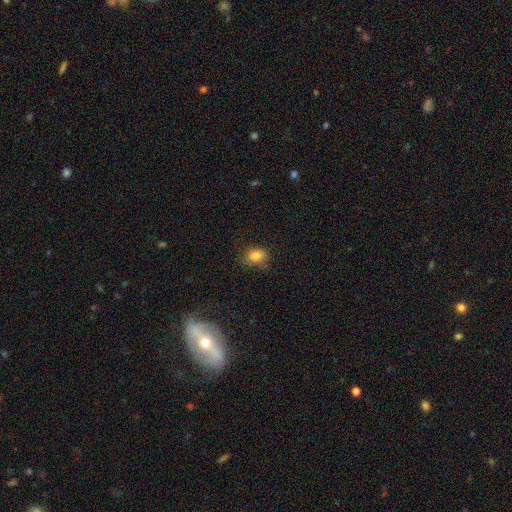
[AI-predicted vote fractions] Smooth or featured? Predicted: smooth (p=0.81). How rounded? Predicted: in between (p=0.59). Merging? Predicted: none (p=0.68).